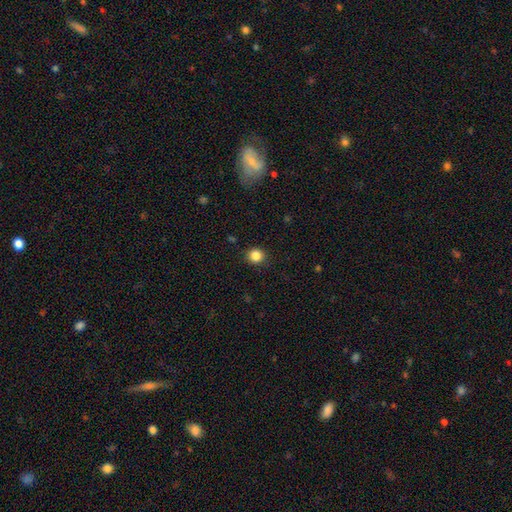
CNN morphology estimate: This appears to be a smooth galaxy with no disk features (85%) that is round (89%). Merging: none (90%).